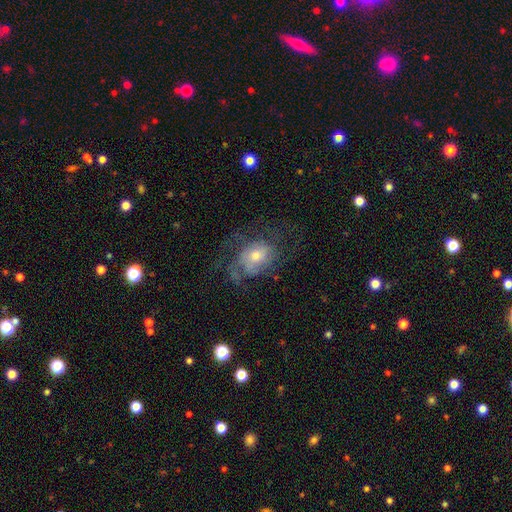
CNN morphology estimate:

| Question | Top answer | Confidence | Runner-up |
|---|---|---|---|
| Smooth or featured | featured or disk | 69% | smooth (22%) |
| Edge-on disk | no | 96% | yes (4%) |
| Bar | no | 73% | weak (23%) |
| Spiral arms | yes | 82% | no (18%) |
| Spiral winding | medium | 41% | tight (35%) |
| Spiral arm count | can't tell | 43% | 3 (18%) |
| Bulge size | moderate | 55% | small (35%) |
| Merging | none | 54% | major disturbance (25%) |